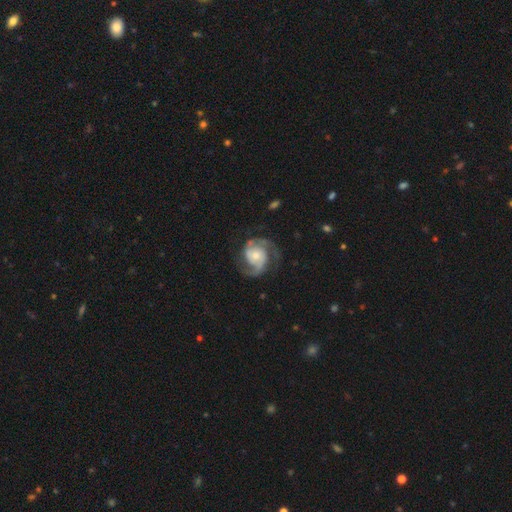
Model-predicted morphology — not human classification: Smooth or featured: featured or disk — 89% (smooth — 6%)
Edge-on disk: no — 98% (yes — 2%)
Bar: no — 64% (weak — 28%)
Spiral arms: yes — 98% (no — 2%)
Spiral winding: medium — 55% (tight — 27%)
Spiral arm count: 2 — 87% (3 — 5%)
Bulge size: moderate — 43% (tied with small — 43%)
Merging: none — 73% (minor disturbance — 16%)